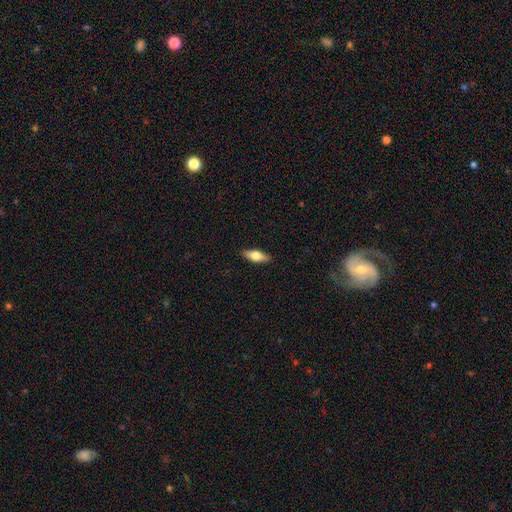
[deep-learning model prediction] Smooth or featured? Predicted: smooth (p=0.57). How rounded? Predicted: in between (p=0.64). Merging? Predicted: none (p=0.89).